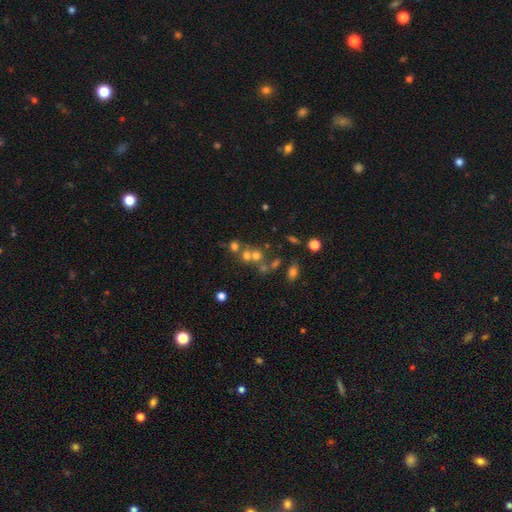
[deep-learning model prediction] Smooth or featured?
  - smooth: 56% *
  - star or artifact: 23%
  - featured or disk: 21%
How rounded?
  - round: 81% *
  - in between: 18%
  - cigar-shaped: 1%
Merging?
  - none: 43% * (tied)
  - merger: 43% * (tied)
  - minor disturbance: 8%
  - major disturbance: 5%